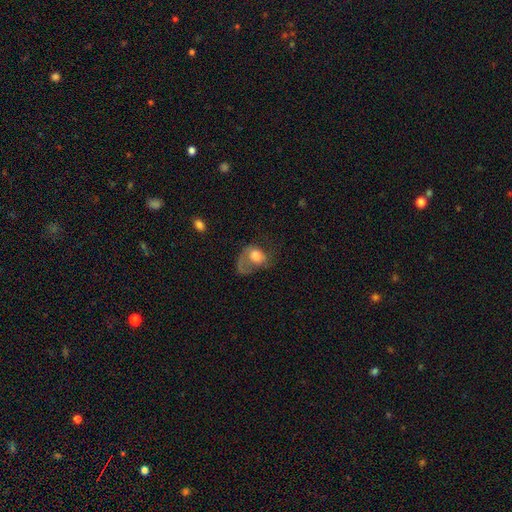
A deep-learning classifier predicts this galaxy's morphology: This appears to be a smooth galaxy with no disk features (51%) that is in between round and cigar-shaped (60%). Merging: major disturbance (57%).